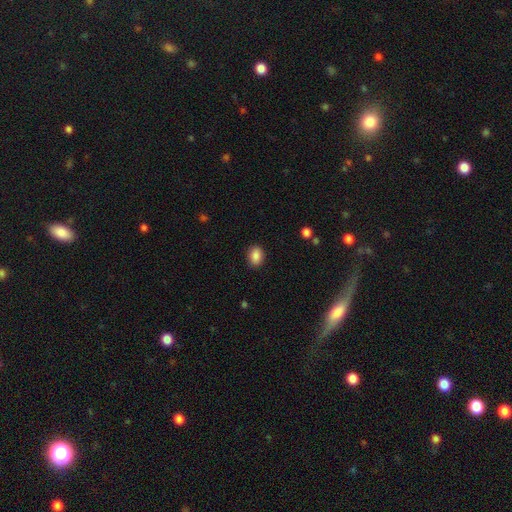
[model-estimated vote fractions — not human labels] A smooth galaxy with no disk features (87%) that is in between round and cigar-shaped (71%).

Vote fractions:
- Smooth or featured? smooth: 87% / star or artifact: 9% / featured or disk: 4%
- How rounded? in between: 71% / round: 28% / cigar-shaped: 1%
- Merging? none: 89% / minor disturbance: 8% / major disturbance: 2% / merger: 1%